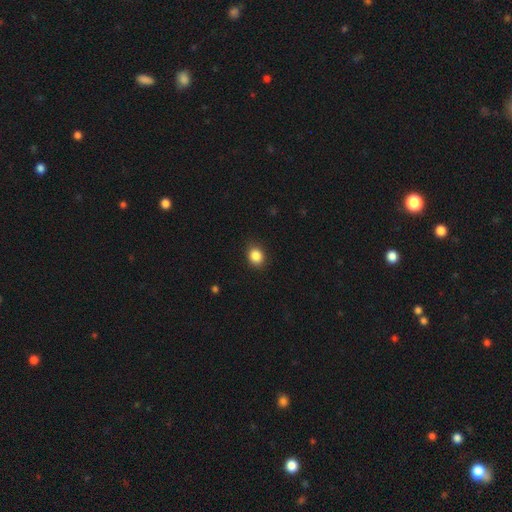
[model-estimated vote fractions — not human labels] A smooth galaxy with no disk features (87%) that is round (59%). Merging: none (88%).